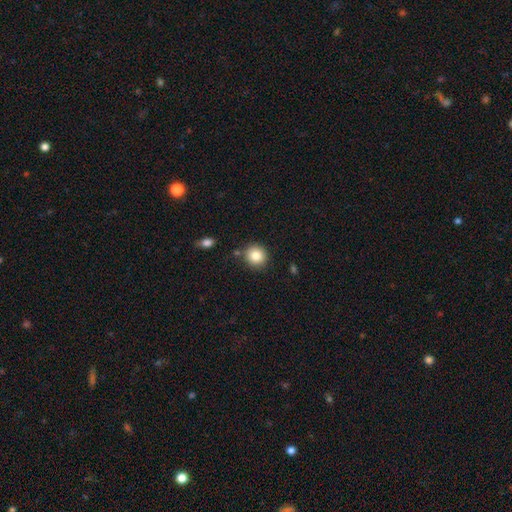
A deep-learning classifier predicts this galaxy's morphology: Smooth or featured: smooth — 84% (star or artifact — 10%)
How rounded: round — 90% (in between — 9%)
Merging: none — 84% (minor disturbance — 9%)